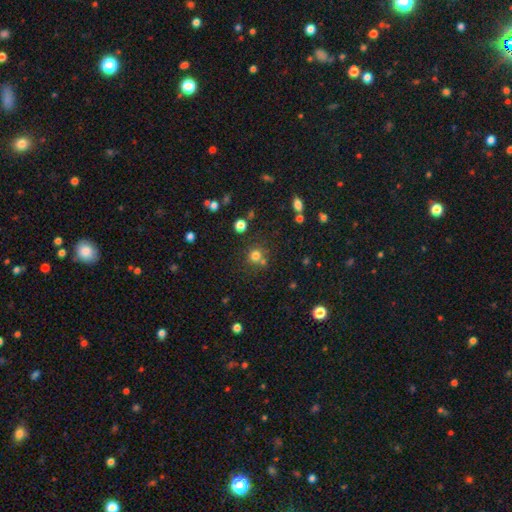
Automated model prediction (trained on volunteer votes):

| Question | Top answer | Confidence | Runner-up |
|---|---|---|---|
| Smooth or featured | smooth | 74% | star or artifact (18%) |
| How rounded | round | 88% | in between (11%) |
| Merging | none | 66% | merger (19%) |